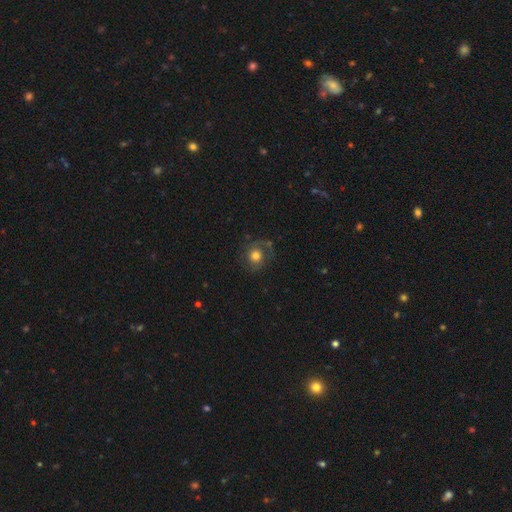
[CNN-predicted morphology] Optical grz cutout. It shows a featured or disk galaxy (50%). Merging: none (67%).